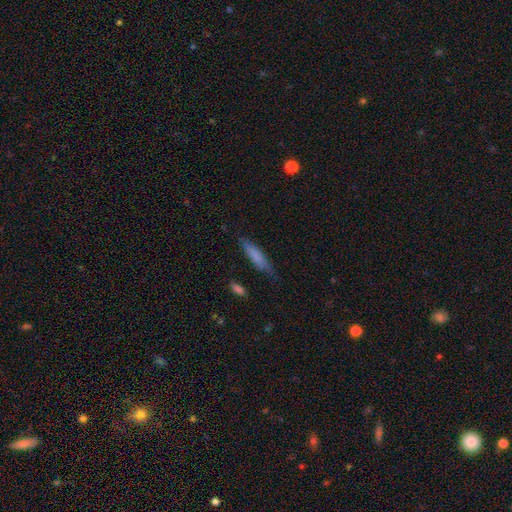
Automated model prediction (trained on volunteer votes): smooth_or_featured: smooth (p=0.75) [alt: featured or disk p=0.18]
how_rounded: cigar-shaped (p=0.81) [alt: in between p=0.17]
merging: none (p=0.75) [alt: minor disturbance p=0.19]